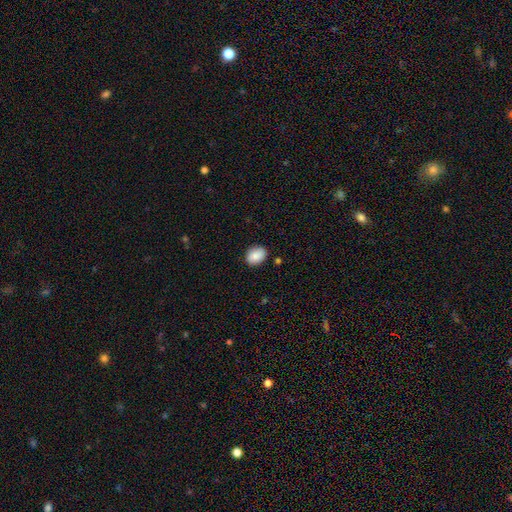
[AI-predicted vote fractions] Q: Smooth or featured?
A: smooth (86%); runner-up: star or artifact (8%)
Q: How rounded?
A: in between (56%); runner-up: round (43%)
Q: Merging?
A: none (85%); runner-up: minor disturbance (11%)